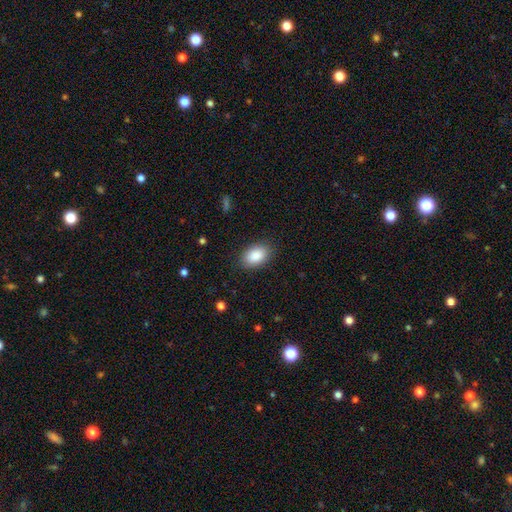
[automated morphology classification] The model was most divided on "merging": none: 85%, minor disturbance: 11%, major disturbance: 3%, merger: 1%. More confident: how rounded — in between (90%); smooth or featured — smooth (88%).